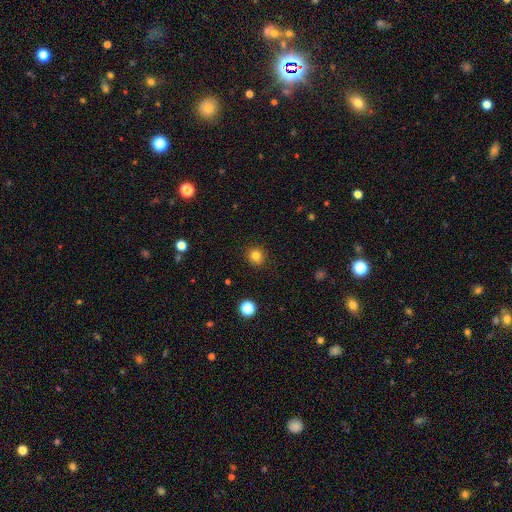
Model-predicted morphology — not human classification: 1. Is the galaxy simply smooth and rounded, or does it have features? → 82% smooth, 13% star or artifact, 6% featured or disk.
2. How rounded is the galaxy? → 92% round, 8% in between, 1% cigar-shaped.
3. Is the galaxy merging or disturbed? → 91% none, 6% minor disturbance, 2% major disturbance, 1% merger.